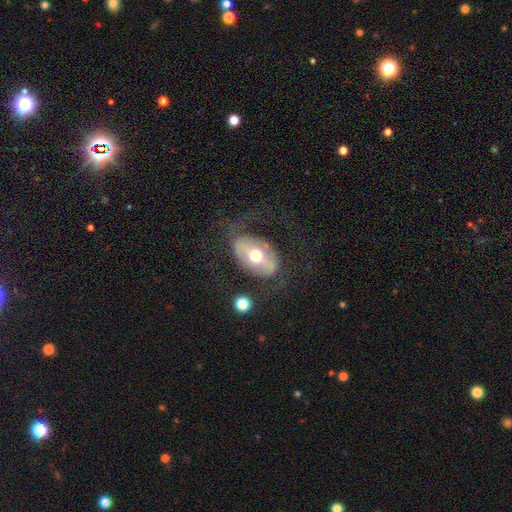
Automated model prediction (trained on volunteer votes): This appears to be a featured or disk galaxy (62%) with a strong bar (38%), no spiral arms (55%) and a moderate central bulge (74%). Merging: none (61%).